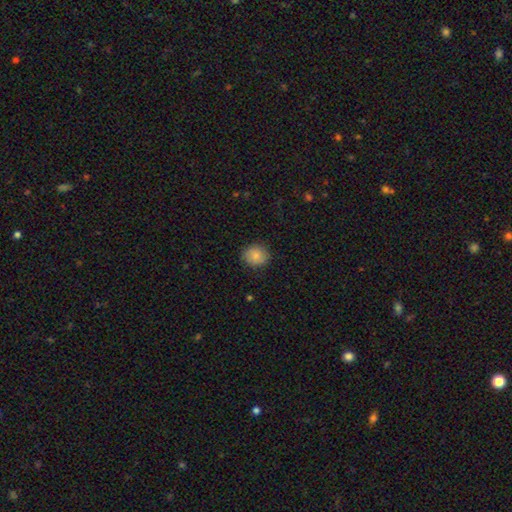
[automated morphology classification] The model was most divided on "how rounded": round: 76%, in between: 23%, cigar-shaped: 1%. More confident: merging — none (83%); smooth or featured — smooth (83%).